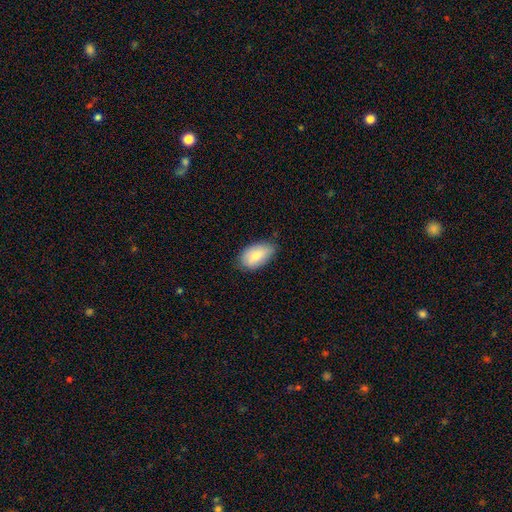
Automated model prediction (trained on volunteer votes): Smooth or featured? Predicted: smooth (p=0.80). How rounded? Predicted: in between (p=0.93). Merging? Predicted: none (p=0.72).